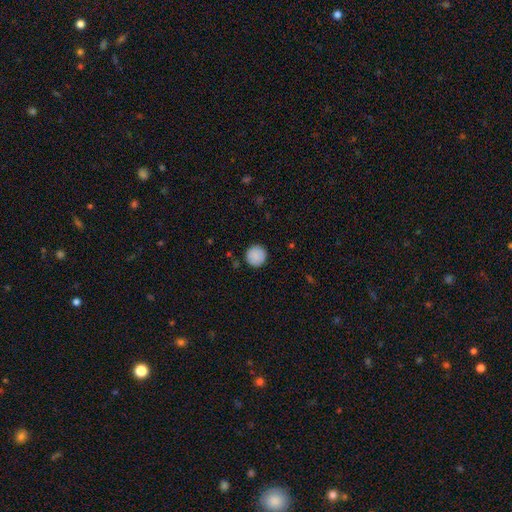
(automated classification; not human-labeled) Q: Smooth or featured?
A: smooth (88%); runner-up: star or artifact (7%)
Q: How rounded?
A: round (95%); runner-up: in between (4%)
Q: Merging?
A: none (89%); runner-up: minor disturbance (8%)